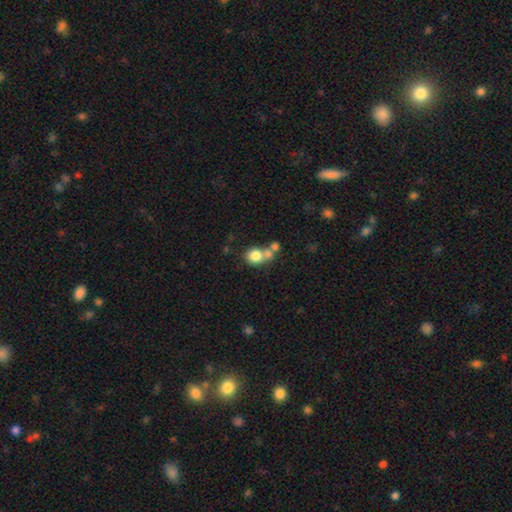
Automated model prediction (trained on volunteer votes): Smooth or featured? smooth (77%)
How rounded? round (76%)
Merging? merger (47%)